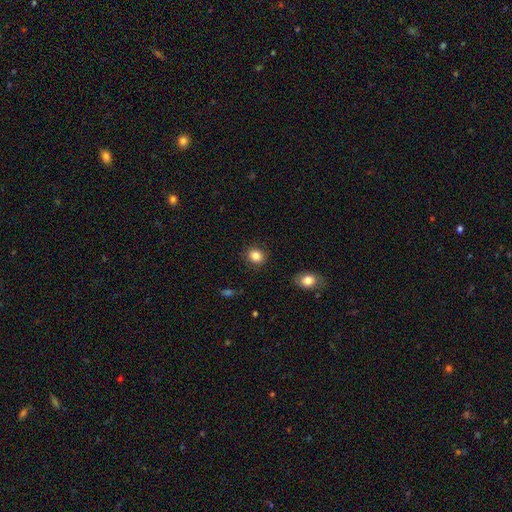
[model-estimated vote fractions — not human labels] A smooth galaxy with no disk features (85%) that is round (73%).

Vote fractions:
- Smooth or featured? smooth: 85% / star or artifact: 10% / featured or disk: 5%
- How rounded? round: 73% / in between: 26% / cigar-shaped: 1%
- Merging? none: 89% / minor disturbance: 8% / major disturbance: 2% / merger: 1%